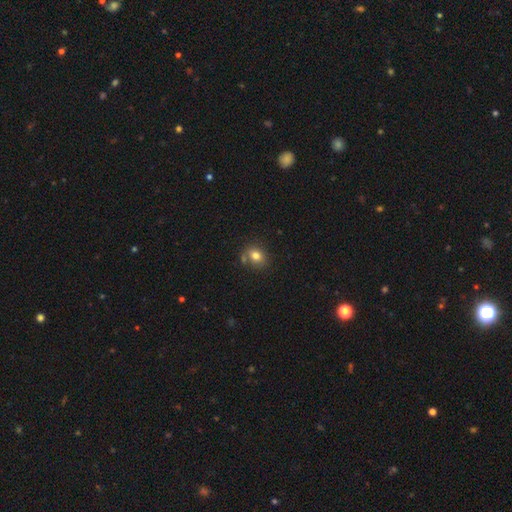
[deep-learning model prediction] A smooth galaxy with no disk features (79%) that is round (52%).

Vote fractions:
- Smooth or featured? smooth: 79% / star or artifact: 11% / featured or disk: 10%
- How rounded? round: 52% / in between: 47% / cigar-shaped: 1%
- Merging? none: 67% / minor disturbance: 15% / merger: 13% / major disturbance: 4%